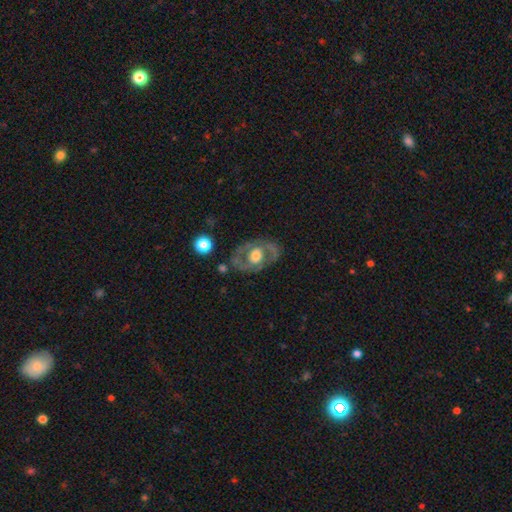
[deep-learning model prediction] Smooth or featured: featured or disk — 69% (smooth — 25%)
Edge-on disk: no — 95% (yes — 5%)
Bar: no — 76% (weak — 18%)
Spiral arms: no — 59% (yes — 41%)
Bulge size: moderate — 51% (large — 36%)
Merging: none — 69% (minor disturbance — 18%)